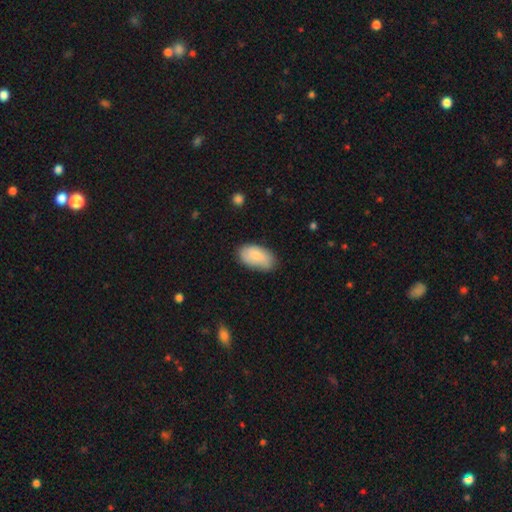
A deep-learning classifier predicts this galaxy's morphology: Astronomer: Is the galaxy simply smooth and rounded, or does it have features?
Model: smooth — 80%.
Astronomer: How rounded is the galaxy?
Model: in between — 94%.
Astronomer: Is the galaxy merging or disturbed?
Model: none — 70%.